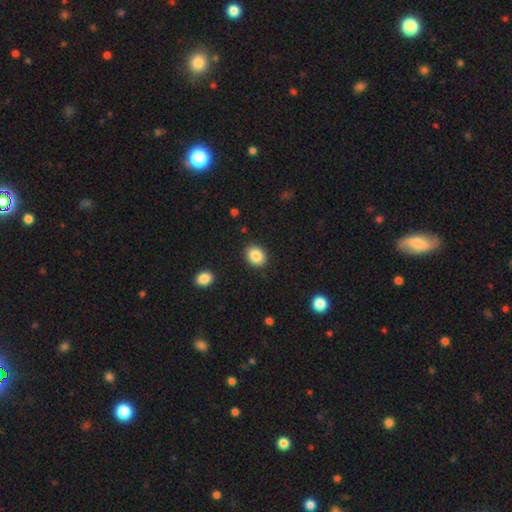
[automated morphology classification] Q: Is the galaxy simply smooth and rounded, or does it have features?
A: smooth — 87%.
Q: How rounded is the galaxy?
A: in between — 52%.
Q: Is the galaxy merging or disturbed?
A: none — 89%.